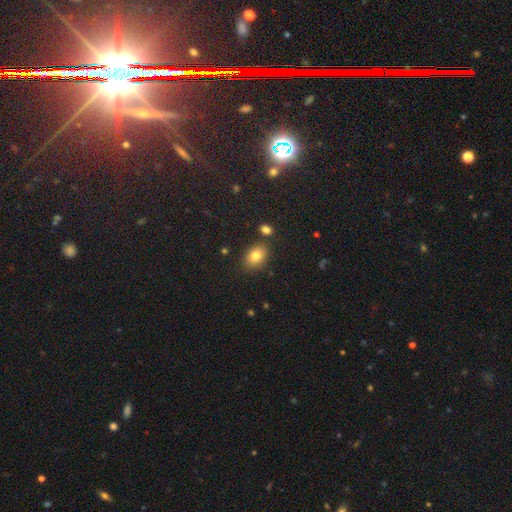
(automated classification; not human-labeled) Smooth or featured?
  - smooth: 80% *
  - star or artifact: 11%
  - featured or disk: 9%
How rounded?
  - in between: 77% *
  - round: 21%
  - cigar-shaped: 1%
Merging?
  - none: 79% *
  - minor disturbance: 12%
  - merger: 6%
  - major disturbance: 3%